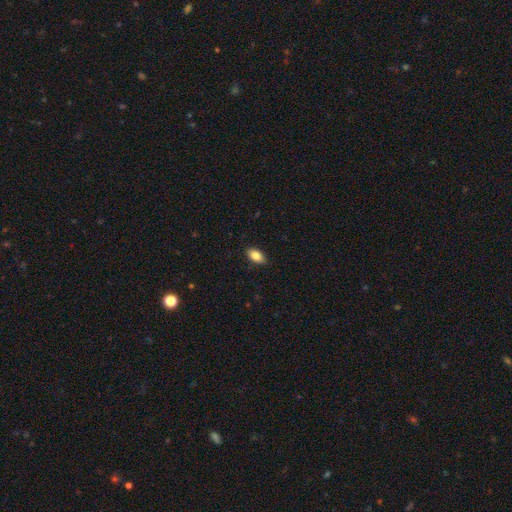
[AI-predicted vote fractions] Smooth or featured: smooth — 85% (star or artifact — 7%)
How rounded: in between — 92% (round — 5%)
Merging: none — 88% (minor disturbance — 9%)